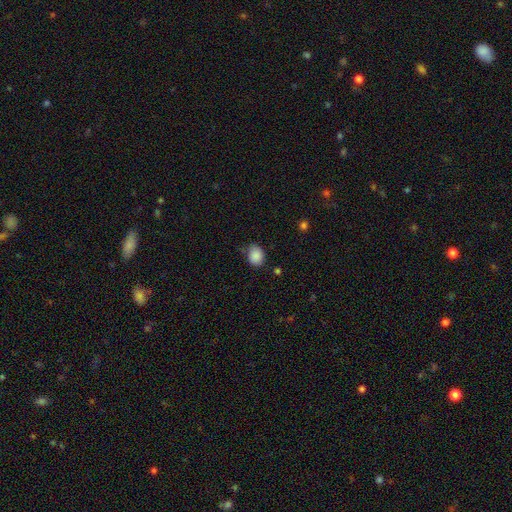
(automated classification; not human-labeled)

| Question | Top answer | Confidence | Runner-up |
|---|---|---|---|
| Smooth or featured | smooth | 87% | star or artifact (8%) |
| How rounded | in between | 59% | round (40%) |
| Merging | none | 66% | minor disturbance (26%) |